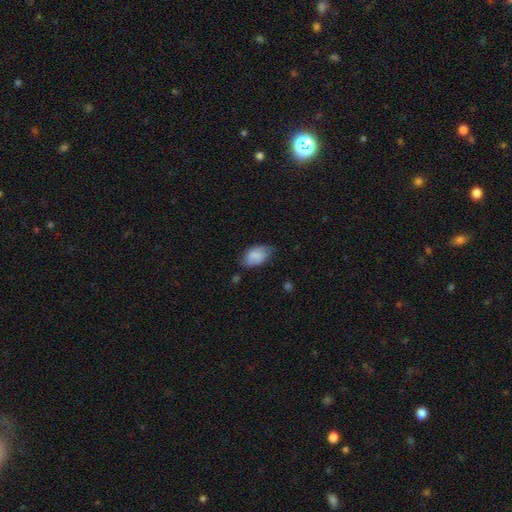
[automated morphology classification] smooth_or_featured: smooth (p=0.81) [alt: featured or disk p=0.12]
how_rounded: in between (p=0.91) [alt: round p=0.08]
merging: none (p=0.58) [alt: minor disturbance p=0.33]